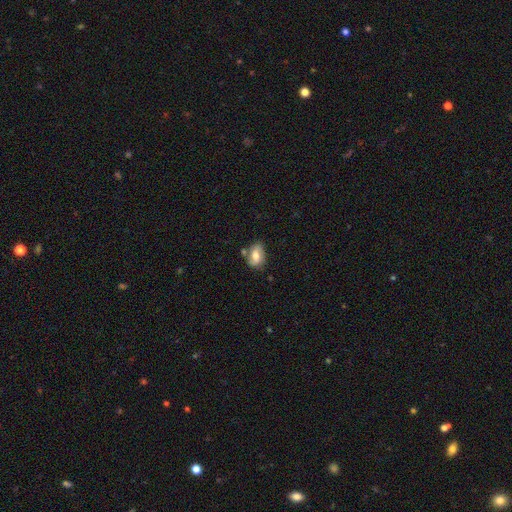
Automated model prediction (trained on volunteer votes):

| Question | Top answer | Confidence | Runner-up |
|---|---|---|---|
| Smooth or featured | smooth | 59% | featured or disk (33%) |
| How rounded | in between | 83% | round (15%) |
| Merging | none | 57% | minor disturbance (24%) |